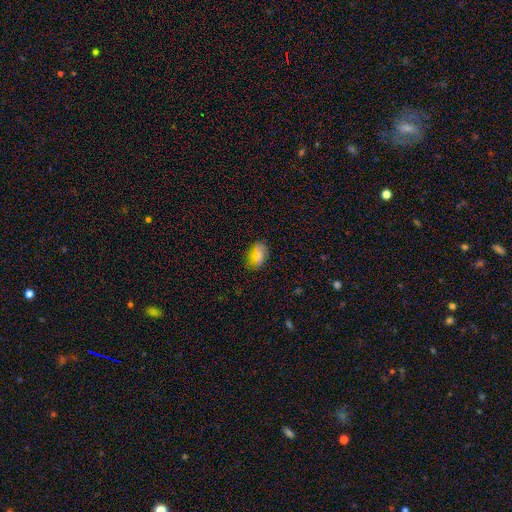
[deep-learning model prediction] The model was most divided on "smooth or featured": smooth: 64%, star or artifact: 20%, featured or disk: 16%. More confident: merging — none (82%); how rounded — in between (79%).